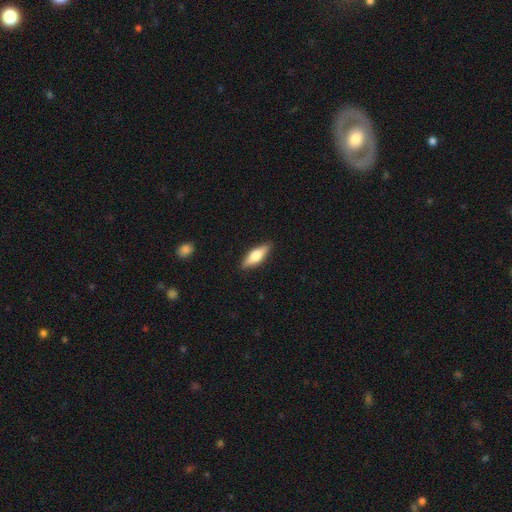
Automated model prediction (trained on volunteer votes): smooth-or-featured: smooth: 59% | featured or disk: 35% | star or artifact: 6%
  how-rounded: in between: 56% | cigar-shaped: 41% | round: 2%
  merging: none: 88% | minor disturbance: 9% | major disturbance: 2% | merger: 1%